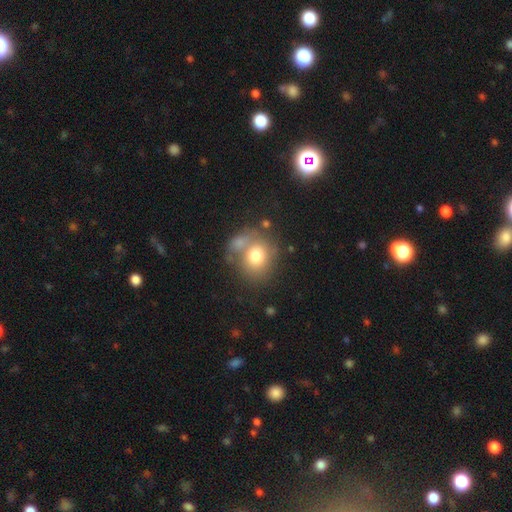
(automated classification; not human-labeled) smooth-or-featured: smooth: 74% | featured or disk: 16% | star or artifact: 10%
  how-rounded: round: 72% | in between: 27% | cigar-shaped: 1%
  merging: none: 49% | merger: 27% | minor disturbance: 16% | major disturbance: 9%